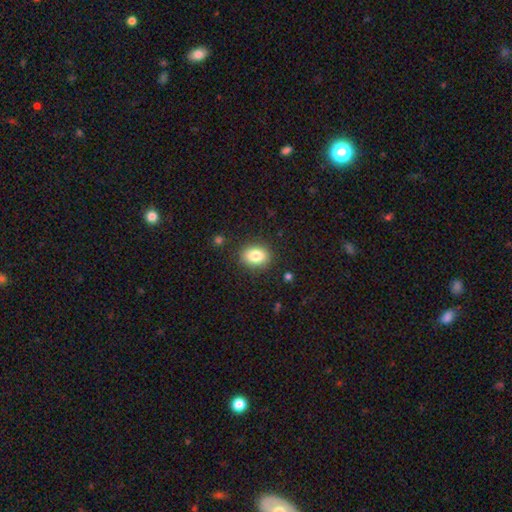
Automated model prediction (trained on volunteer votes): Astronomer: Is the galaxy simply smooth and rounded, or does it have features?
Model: smooth — 83%.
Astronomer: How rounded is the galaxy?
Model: in between — 64%.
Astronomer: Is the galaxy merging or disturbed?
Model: none — 87%.